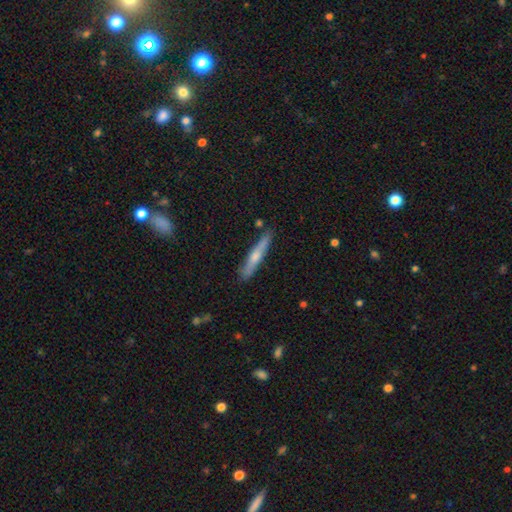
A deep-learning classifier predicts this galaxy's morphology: A featured or disk galaxy (49%).

Vote fractions:
- Smooth or featured? featured or disk: 49% / smooth: 45% / star or artifact: 6%
- Merging? none: 85% / minor disturbance: 11% / merger: 2% / major disturbance: 2%